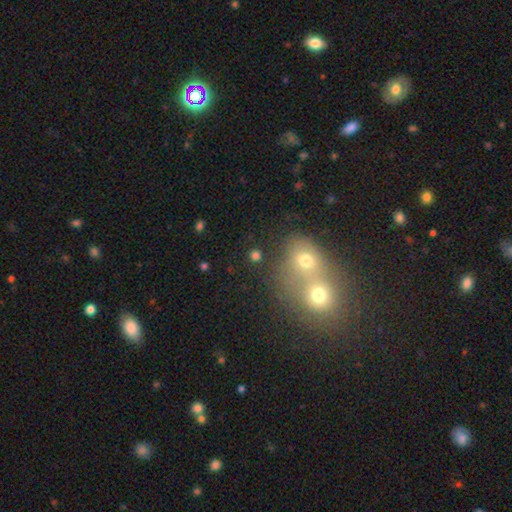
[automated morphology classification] Smooth or featured? smooth (75%)
How rounded? round (85%)
Merging? none (70%)